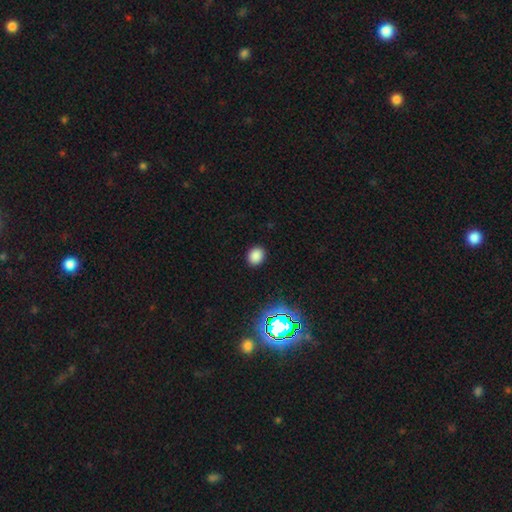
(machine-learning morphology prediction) smooth-or-featured: smooth: 82% | star or artifact: 14% | featured or disk: 4%
  how-rounded: round: 62% | in between: 37% | cigar-shaped: 1%
  merging: none: 90% | minor disturbance: 7% | major disturbance: 2% | merger: 1%